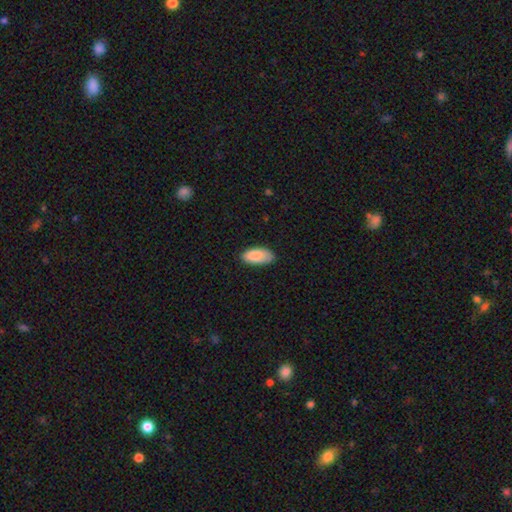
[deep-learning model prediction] smooth-or-featured: smooth: 87% | featured or disk: 7% | star or artifact: 6%
  how-rounded: in between: 93% | cigar-shaped: 5% | round: 2%
  merging: none: 77% | minor disturbance: 19% | major disturbance: 3% | merger: 1%